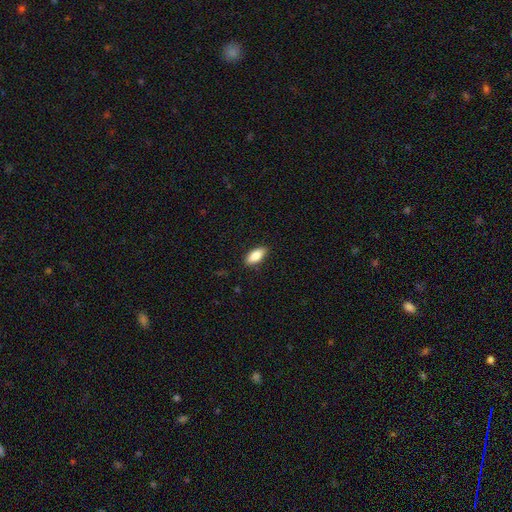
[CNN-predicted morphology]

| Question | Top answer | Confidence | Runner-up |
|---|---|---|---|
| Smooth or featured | smooth | 83% | featured or disk (10%) |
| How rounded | in between | 86% | cigar-shaped (12%) |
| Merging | none | 88% | minor disturbance (9%) |